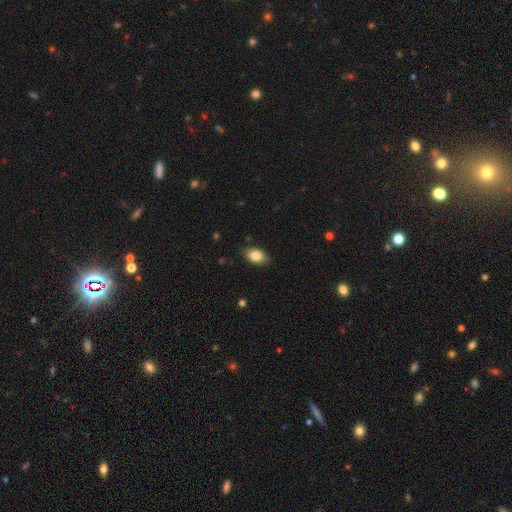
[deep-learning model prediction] Morphology: type=smooth (85%); roundness=in between (89%); merging=none (84%).